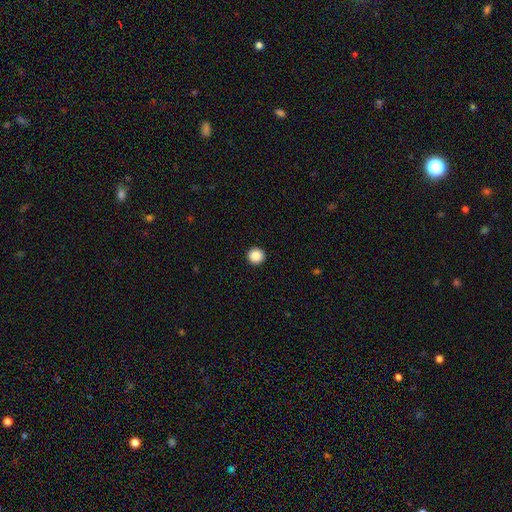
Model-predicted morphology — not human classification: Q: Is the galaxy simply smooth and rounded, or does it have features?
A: smooth — 87%.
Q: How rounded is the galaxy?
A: round — 95%.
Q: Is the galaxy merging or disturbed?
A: none — 94%.